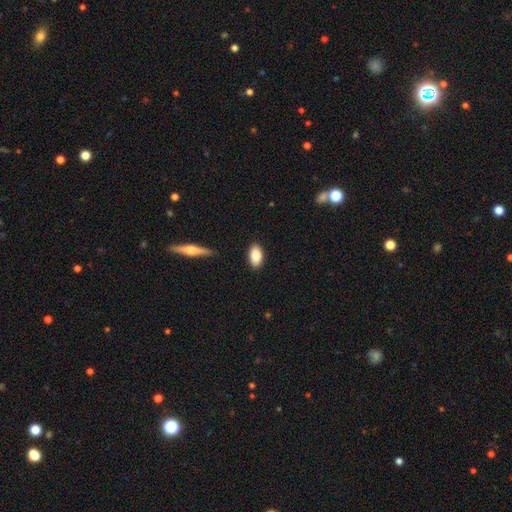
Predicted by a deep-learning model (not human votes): A smooth galaxy with no disk features (87%) that is in between round and cigar-shaped (93%).

Vote fractions:
- Smooth or featured? smooth: 87% / featured or disk: 7% / star or artifact: 7%
- How rounded? in between: 93% / round: 4% / cigar-shaped: 3%
- Merging? none: 87% / minor disturbance: 9% / major disturbance: 2% / merger: 2%